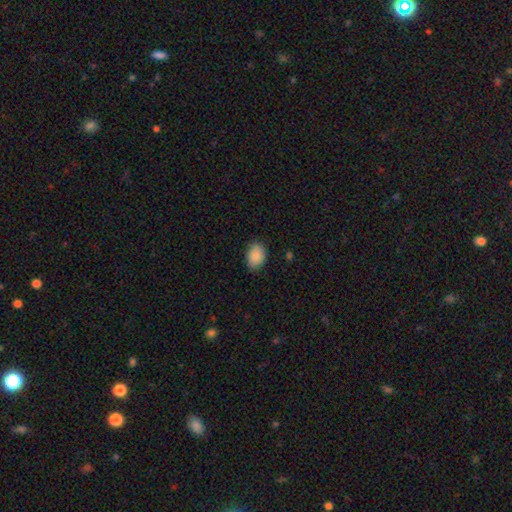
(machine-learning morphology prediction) smooth_or_featured: smooth (p=0.88) [alt: star or artifact p=0.07]
how_rounded: in between (p=0.77) [alt: round p=0.22]
merging: none (p=0.80) [alt: minor disturbance p=0.16]